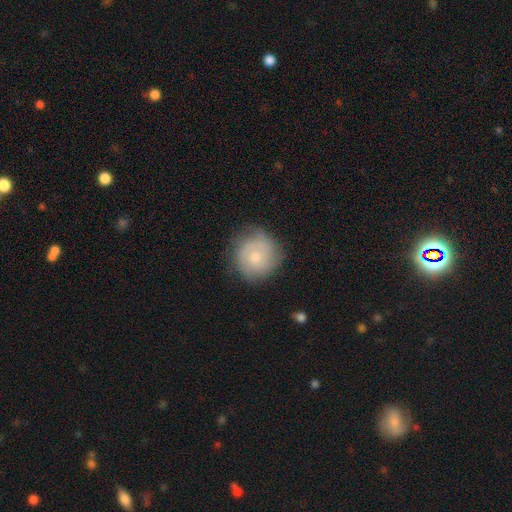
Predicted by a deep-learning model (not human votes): The model was most divided on "smooth or featured": smooth: 53%, featured or disk: 39%, star or artifact: 7%. More confident: how rounded — round (92%); merging — none (72%).